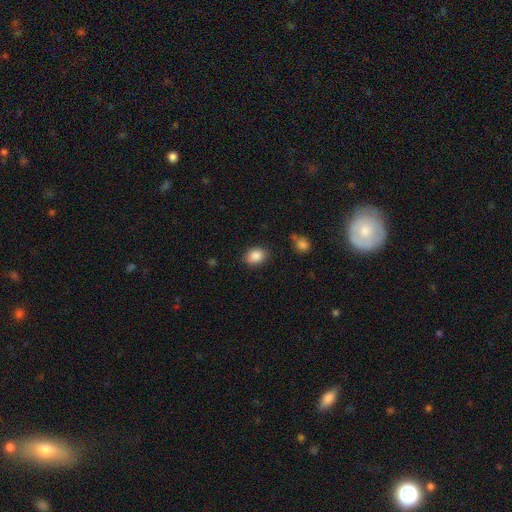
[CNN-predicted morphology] This appears to be a smooth galaxy with no disk features (87%) that is in between round and cigar-shaped (66%). Merging: none (84%).